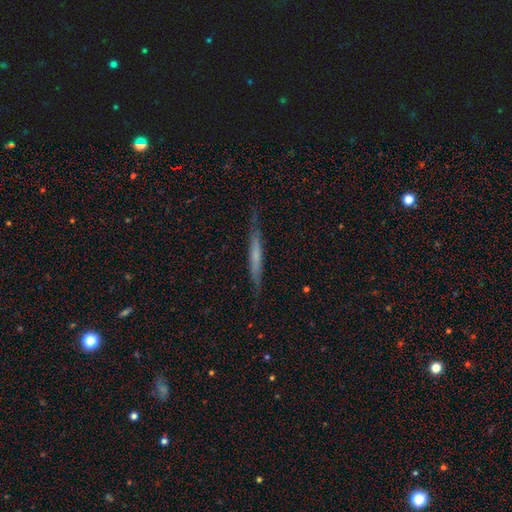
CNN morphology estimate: type=featured or disk (50%); merging=none (82%).